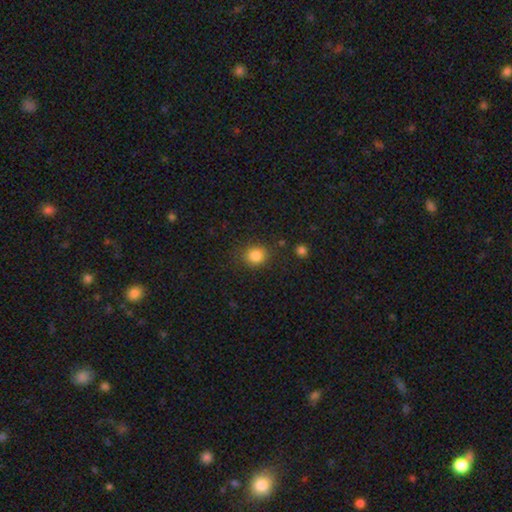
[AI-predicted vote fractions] This appears to be a smooth galaxy with no disk features (85%) that is round (78%). Merging: none (84%).